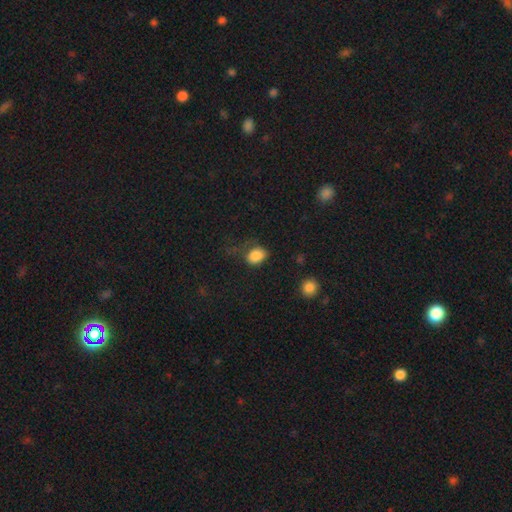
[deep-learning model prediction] This is clearly a smooth galaxy (85%). How rounded: likely in between (63%). Merging: possibly none (51%).